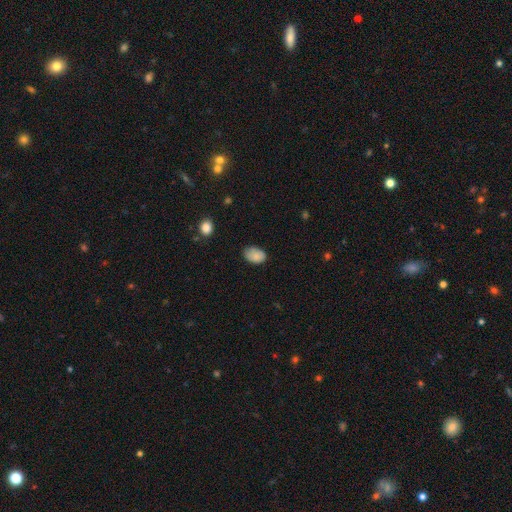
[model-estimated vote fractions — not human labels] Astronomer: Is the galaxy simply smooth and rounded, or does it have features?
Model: smooth — 84%.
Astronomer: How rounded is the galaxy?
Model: in between — 85%.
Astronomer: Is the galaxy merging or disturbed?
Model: none — 64%.